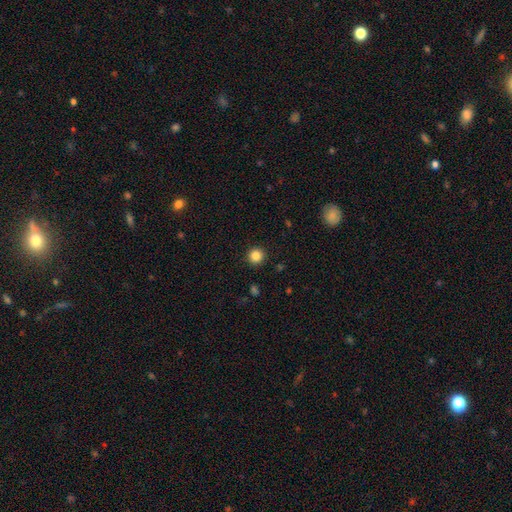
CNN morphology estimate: This is clearly a smooth galaxy (85%). How rounded: clearly round (95%). Merging: clearly none (92%).